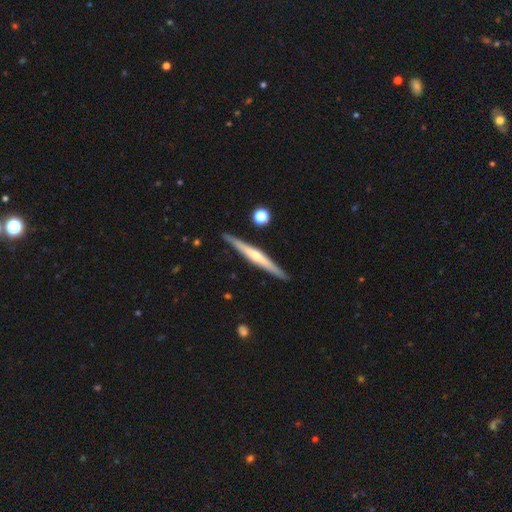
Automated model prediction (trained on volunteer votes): A featured or disk galaxy (67%) viewed edge-on (98%) with a rounded central bulge (67%). Merging: none (90%).